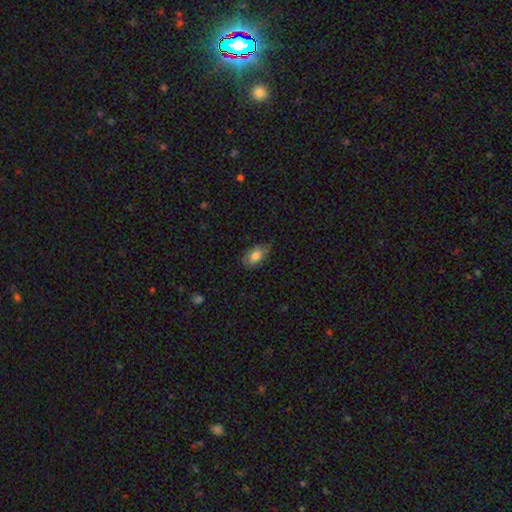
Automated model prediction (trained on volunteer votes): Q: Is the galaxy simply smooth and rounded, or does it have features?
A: smooth — 77%.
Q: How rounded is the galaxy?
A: in between — 90%.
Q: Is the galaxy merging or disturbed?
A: none — 67%.